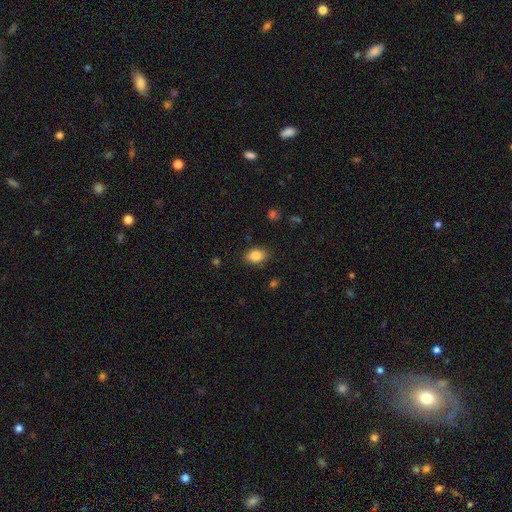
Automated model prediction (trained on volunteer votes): Smooth or featured? Predicted: smooth (p=0.84). How rounded? Predicted: in between (p=0.77). Merging? Predicted: none (p=0.85).